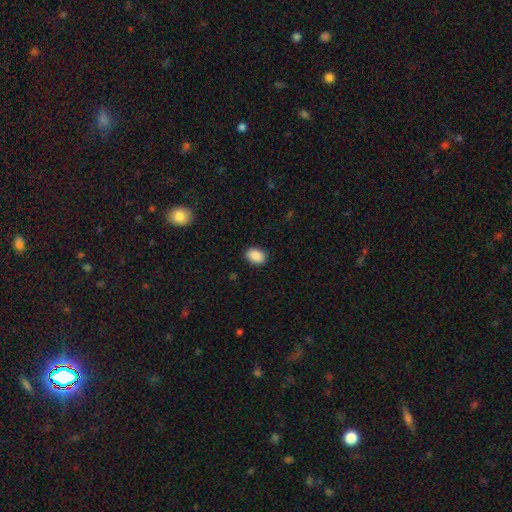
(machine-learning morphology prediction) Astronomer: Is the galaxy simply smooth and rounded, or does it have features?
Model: smooth — 90%.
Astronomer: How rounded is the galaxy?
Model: in between — 79%.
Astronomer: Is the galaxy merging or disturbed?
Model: none — 89%.